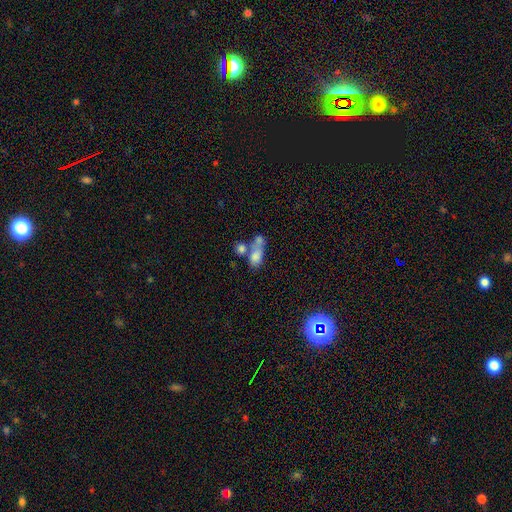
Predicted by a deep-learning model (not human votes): smooth 70%, featured or disk 19%, star or artifact 11%. Down the decision tree: how rounded — in between (73%); merging — merger (58%).